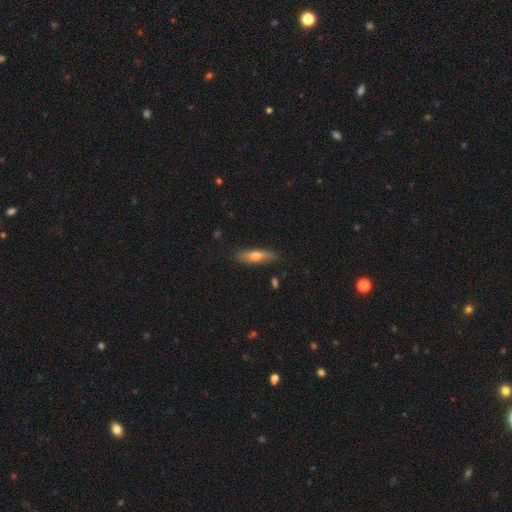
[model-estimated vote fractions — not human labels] Smooth or featured? smooth (60%)
How rounded? cigar-shaped (66%)
Merging? none (82%)